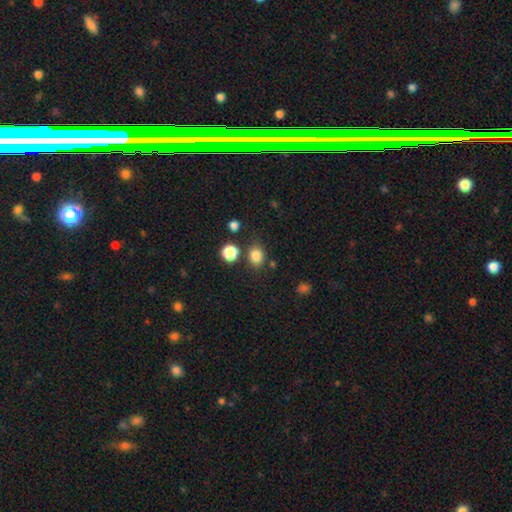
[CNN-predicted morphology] Smooth or featured?
  - smooth: 83% *
  - star or artifact: 12%
  - featured or disk: 5%
How rounded?
  - round: 64% *
  - in between: 35%
  - cigar-shaped: 1%
Merging?
  - none: 77% *
  - minor disturbance: 11%
  - merger: 8%
  - major disturbance: 4%